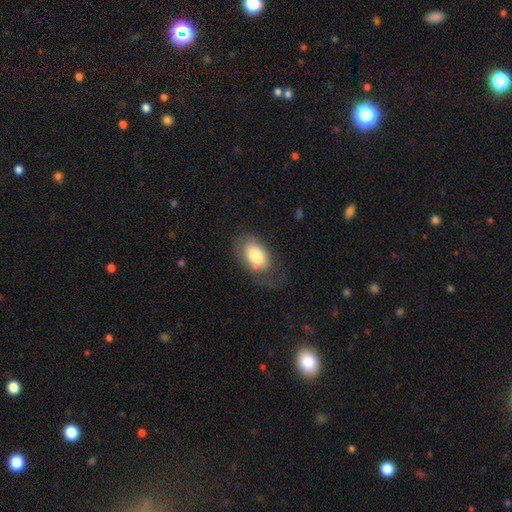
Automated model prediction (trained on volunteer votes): smooth_or_featured: smooth (p=0.72) [alt: featured or disk p=0.22]
how_rounded: in between (p=0.90) [alt: round p=0.09]
merging: none (p=0.49) [alt: minor disturbance p=0.27]